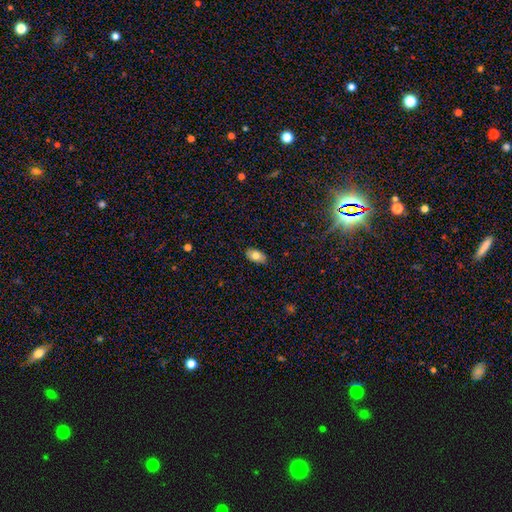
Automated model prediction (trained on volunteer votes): smooth-or-featured: smooth: 78% | featured or disk: 14% | star or artifact: 8%
  how-rounded: in between: 92% | round: 6% | cigar-shaped: 2%
  merging: none: 86% | minor disturbance: 11% | major disturbance: 2% | merger: 1%